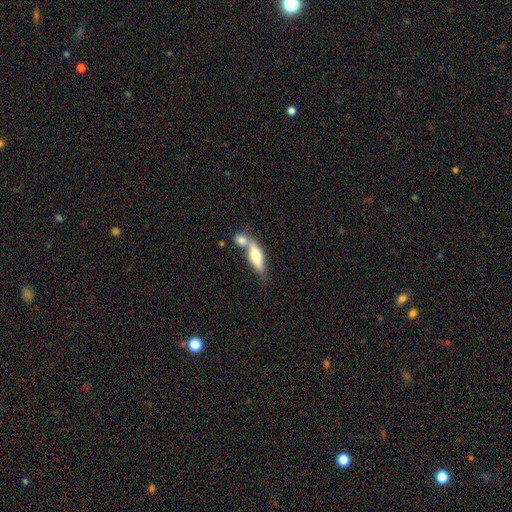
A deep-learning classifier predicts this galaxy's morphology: Smooth or featured? smooth (65%)
How rounded? in between (59%)
Merging? merger (54%)